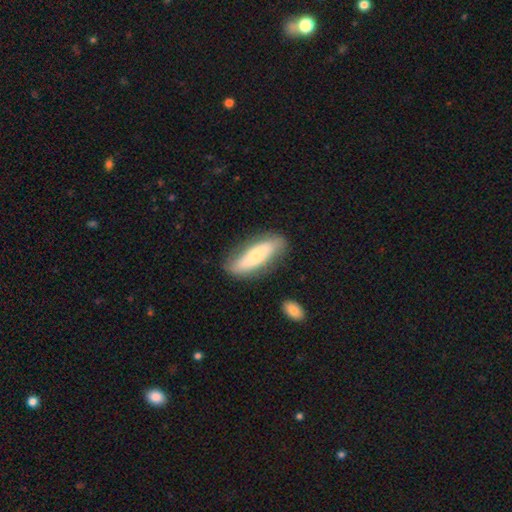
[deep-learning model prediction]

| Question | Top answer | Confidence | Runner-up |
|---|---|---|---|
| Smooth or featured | smooth | 58% | featured or disk (36%) |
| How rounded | cigar-shaped | 51% | in between (47%) |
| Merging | none | 76% | minor disturbance (17%) |